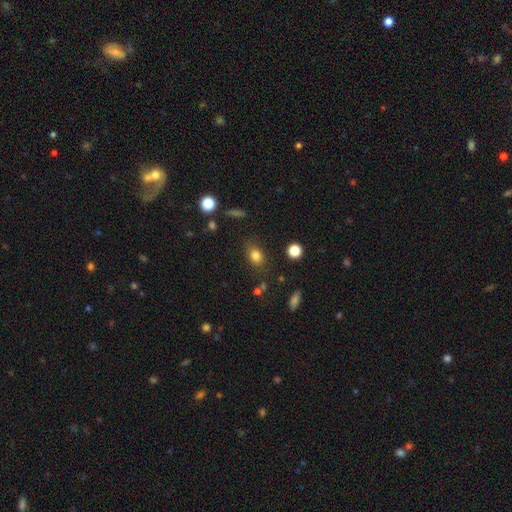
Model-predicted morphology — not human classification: type=smooth (81%); roundness=in between (63%); merging=none (78%).